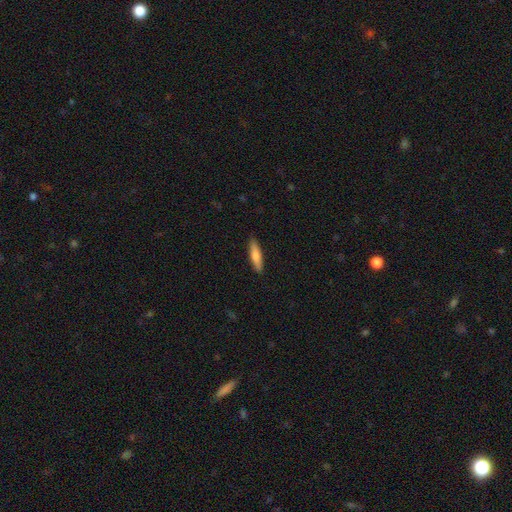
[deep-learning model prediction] Overall: smooth (74%). How rounded: cigar-shaped (80%). Merging: none (89%).